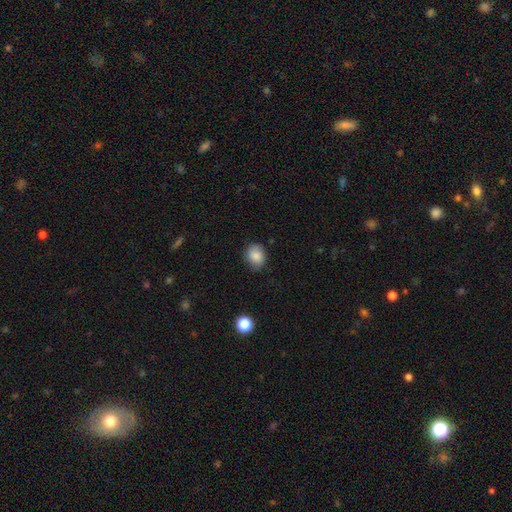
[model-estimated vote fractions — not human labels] The model was most divided on "how rounded": round: 52%, in between: 47%, cigar-shaped: 1%. More confident: smooth or featured — smooth (86%); merging — none (77%).